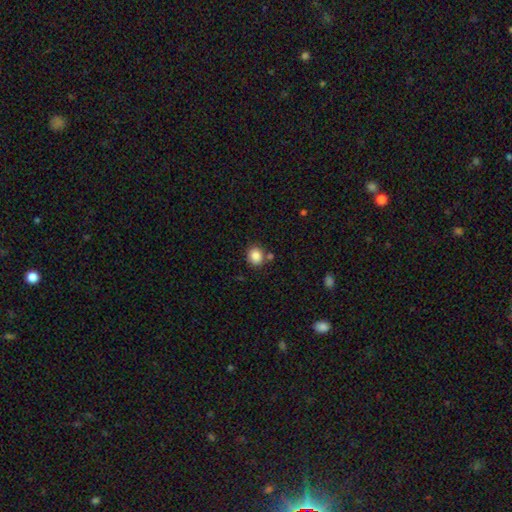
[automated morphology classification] smooth-or-featured: smooth: 86% | star or artifact: 9% | featured or disk: 4%
  how-rounded: round: 74% | in between: 25% | cigar-shaped: 1%
  merging: none: 76% | minor disturbance: 11% | merger: 10% | major disturbance: 3%